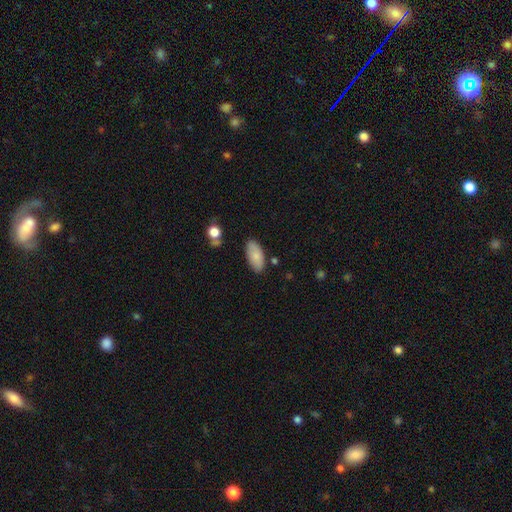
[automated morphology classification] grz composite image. It shows a smooth galaxy with no disk features (81%) that is in between round and cigar-shaped (92%). Merging: none (82%).